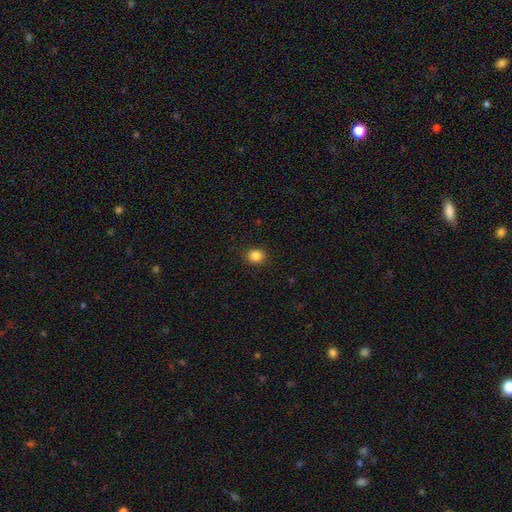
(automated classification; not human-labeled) This is clearly a smooth galaxy (85%). How rounded: likely round (78%). Merging: clearly none (90%).